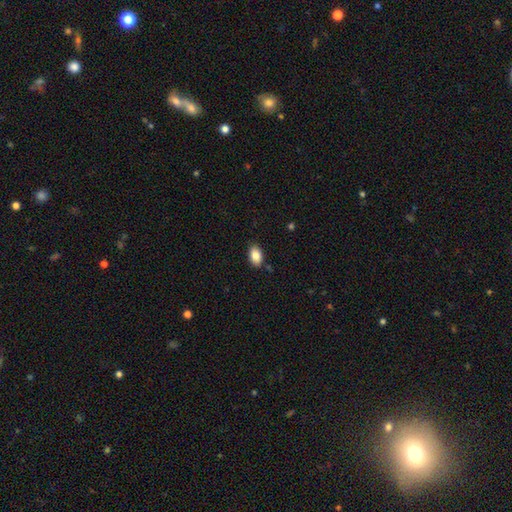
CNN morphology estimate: The model was most divided on "merging": none: 85%, minor disturbance: 11%, major disturbance: 2%, merger: 2%. More confident: how rounded — in between (90%); smooth or featured — smooth (86%).